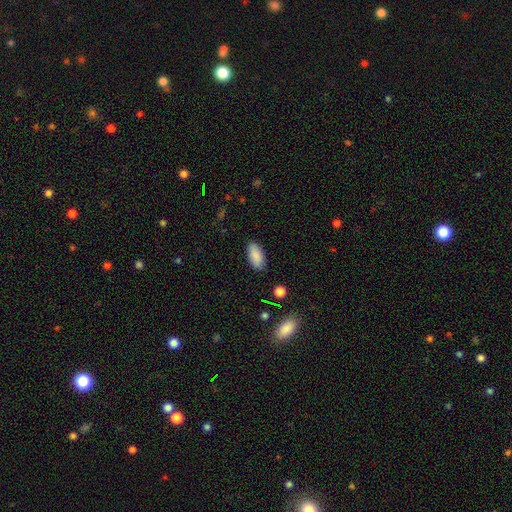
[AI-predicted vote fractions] smooth_or_featured: smooth (p=0.88) [alt: star or artifact p=0.07]
how_rounded: in between (p=0.89) [alt: cigar-shaped p=0.08]
merging: none (p=0.86) [alt: minor disturbance p=0.10]